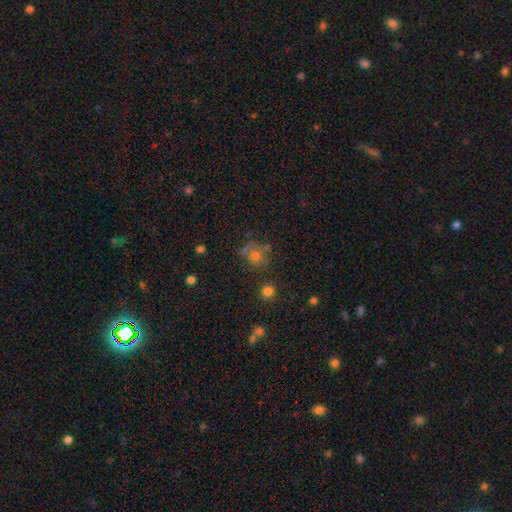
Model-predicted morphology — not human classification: smooth 55%, star or artifact 24%, featured or disk 20%. Down the decision tree: how rounded — round (77%); merging — none (62%).